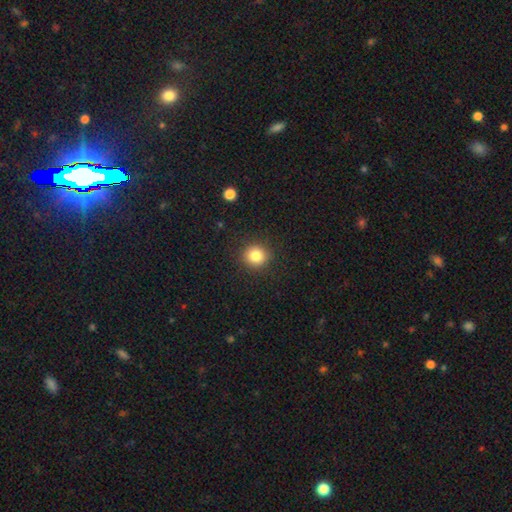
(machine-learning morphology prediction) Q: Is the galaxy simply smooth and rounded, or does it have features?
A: smooth — 83%.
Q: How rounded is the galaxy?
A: round — 90%.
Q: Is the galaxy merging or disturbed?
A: none — 90%.